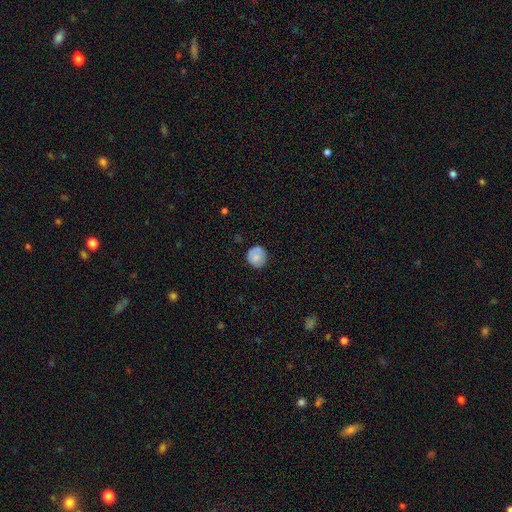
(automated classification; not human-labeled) Smooth or featured? smooth (78%)
How rounded? round (90%)
Merging? none (80%)